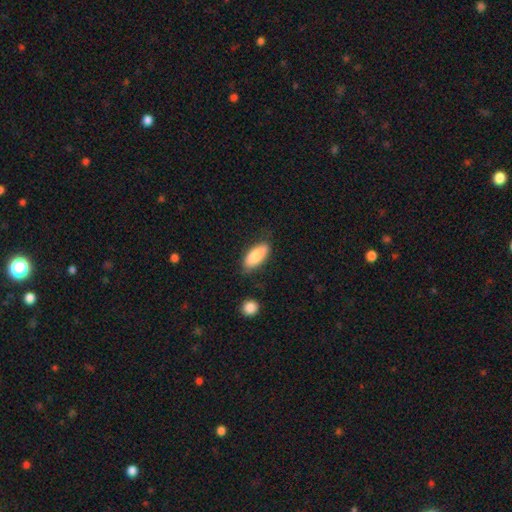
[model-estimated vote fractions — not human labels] The model was most divided on "merging": none: 76%, minor disturbance: 17%, major disturbance: 4%, merger: 3%. More confident: smooth or featured — smooth (84%); how rounded — in between (83%).